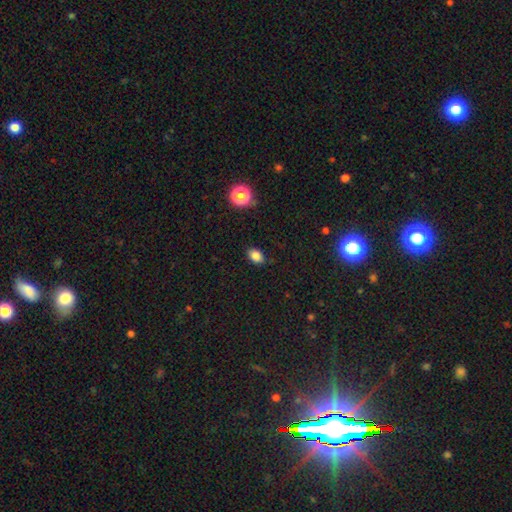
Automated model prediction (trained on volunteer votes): Morphology: type=smooth (84%); roundness=in between (80%); merging=none (83%).